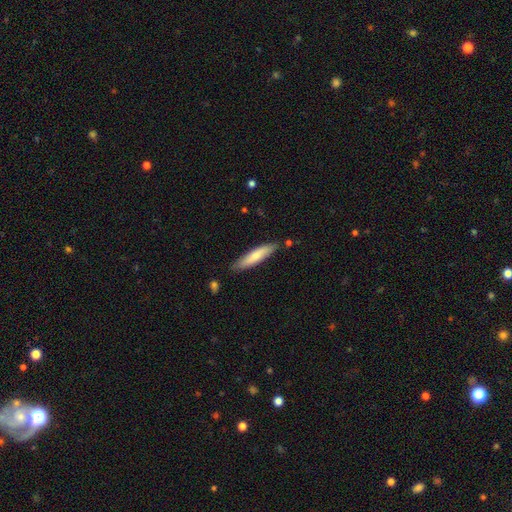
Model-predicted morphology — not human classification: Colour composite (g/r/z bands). It shows a smooth galaxy with no disk features (71%) that is cigar-shaped (79%). Merging: none (82%).